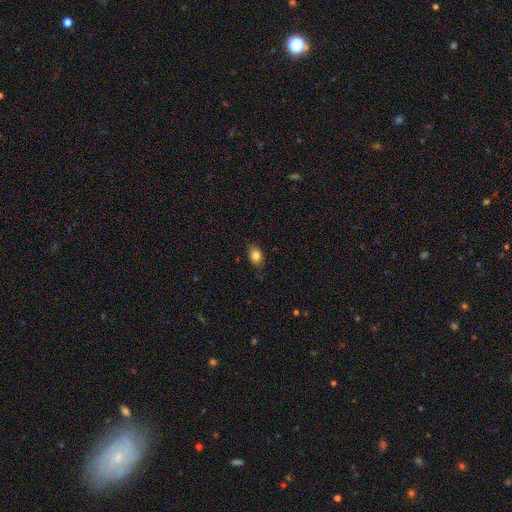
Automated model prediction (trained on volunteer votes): Smooth or featured? smooth (84%)
How rounded? in between (76%)
Merging? none (73%)